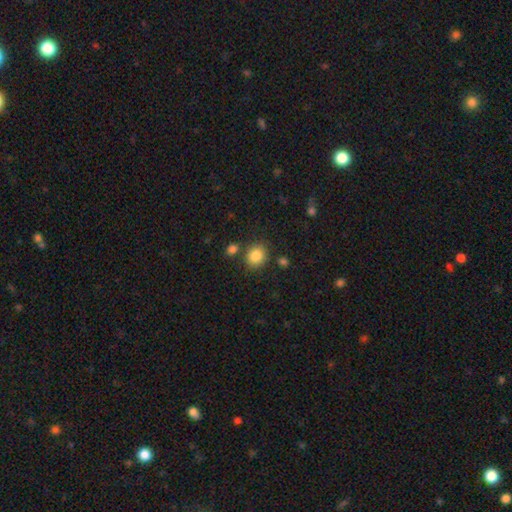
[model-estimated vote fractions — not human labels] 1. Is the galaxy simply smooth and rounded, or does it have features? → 85% smooth, 9% star or artifact, 6% featured or disk.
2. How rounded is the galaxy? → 71% round, 28% in between, 1% cigar-shaped.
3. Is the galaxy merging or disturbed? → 79% none, 10% minor disturbance, 8% merger, 3% major disturbance.